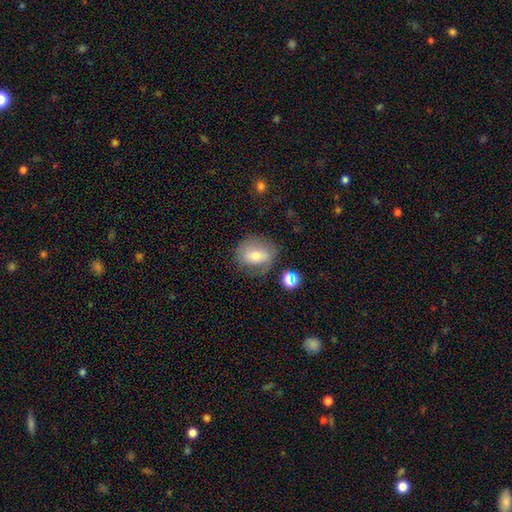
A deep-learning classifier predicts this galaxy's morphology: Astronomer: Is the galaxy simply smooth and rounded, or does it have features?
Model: smooth — 56% (runner-up: featured or disk, 33%).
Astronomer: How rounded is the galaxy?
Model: in between — 50% (runner-up: round, 48%).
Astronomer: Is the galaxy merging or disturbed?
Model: none — 64%.